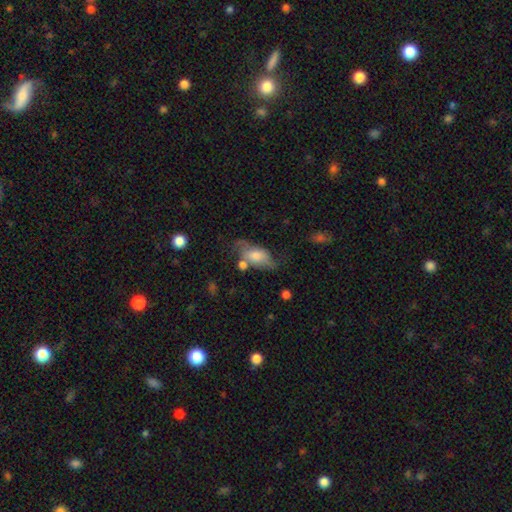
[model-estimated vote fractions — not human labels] smooth-or-featured: smooth: 51% | featured or disk: 41% | star or artifact: 8%
  how-rounded: in between: 86% | round: 7% | cigar-shaped: 7%
  merging: none: 40% | minor disturbance: 28% | major disturbance: 20% | merger: 12%